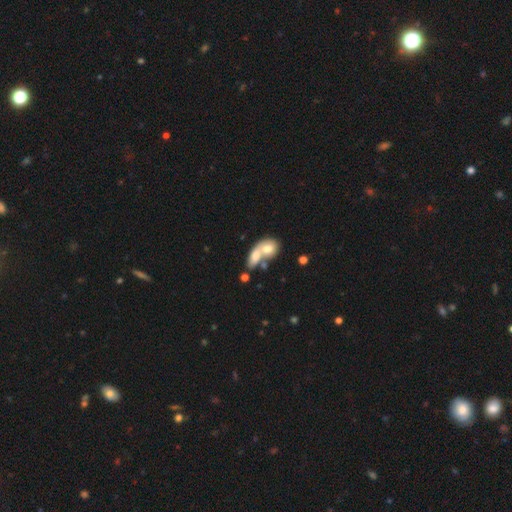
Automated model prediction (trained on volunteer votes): Smooth or featured? smooth (67%)
How rounded? in between (72%)
Merging? merger (73%)